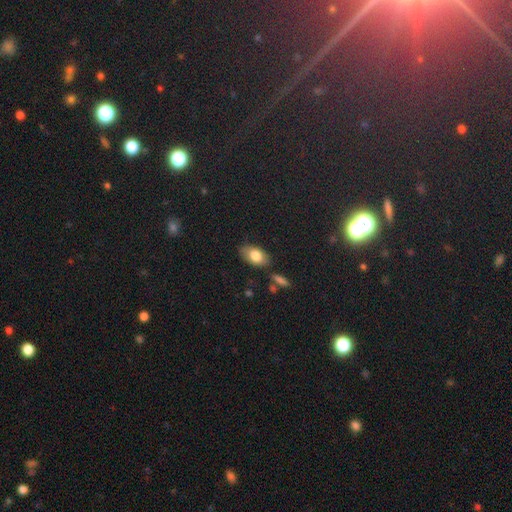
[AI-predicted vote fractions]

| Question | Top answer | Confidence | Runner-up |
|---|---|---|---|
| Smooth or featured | smooth | 80% | featured or disk (13%) |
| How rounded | in between | 91% | round (7%) |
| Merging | none | 76% | minor disturbance (16%) |